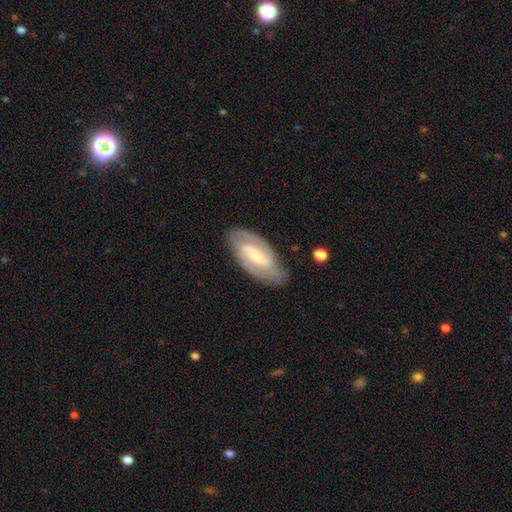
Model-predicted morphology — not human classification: Smooth or featured? Predicted: featured or disk (p=0.81). Edge-on disk? Predicted: no (p=0.94). Bar? Predicted: strong (p=0.43). Spiral arms? Predicted: yes (p=0.93). Spiral winding? Predicted: medium (p=0.48). Spiral arm count? Predicted: 2 (p=0.82). Bulge size? Predicted: small (p=0.58). Merging? Predicted: none (p=0.80).